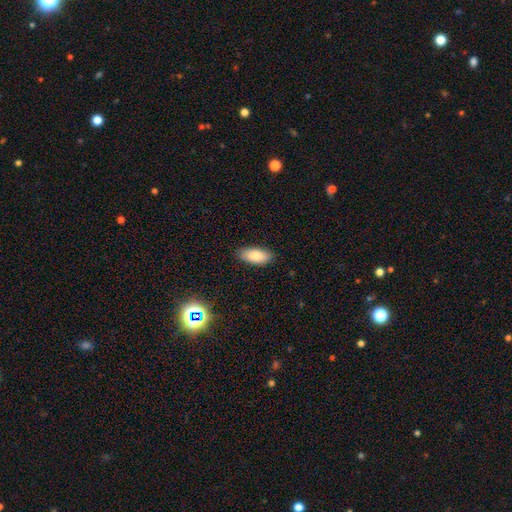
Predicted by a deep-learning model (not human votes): smooth_or_featured: smooth (p=0.84) [alt: star or artifact p=0.08]
how_rounded: in between (p=0.88) [alt: cigar-shaped p=0.10]
merging: none (p=0.88) [alt: minor disturbance p=0.09]